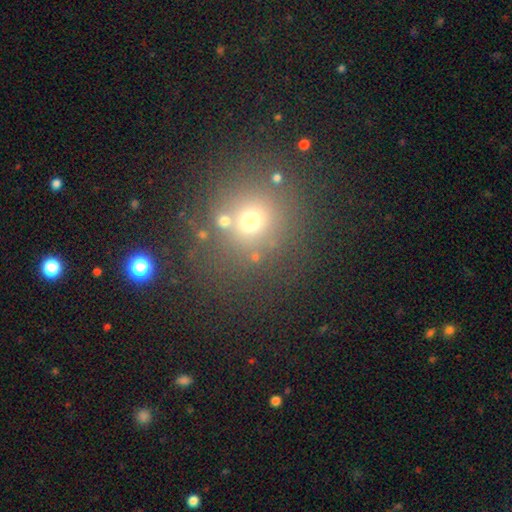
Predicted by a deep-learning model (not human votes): This is likely a smooth galaxy (62%). How rounded: clearly round (88%). Merging: likely none (77%).